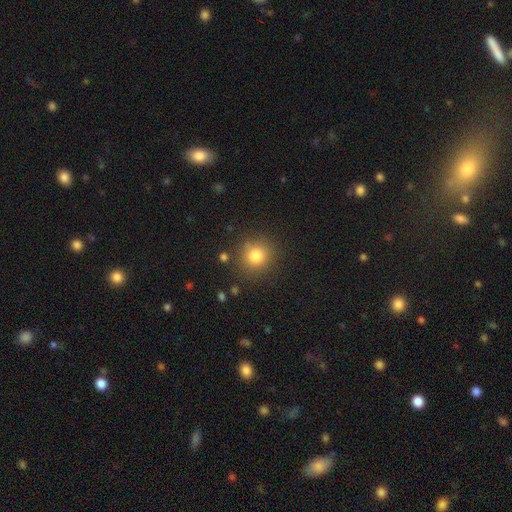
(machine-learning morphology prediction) Smooth or featured? Predicted: smooth (p=0.81). How rounded? Predicted: round (p=0.90). Merging? Predicted: none (p=0.85).